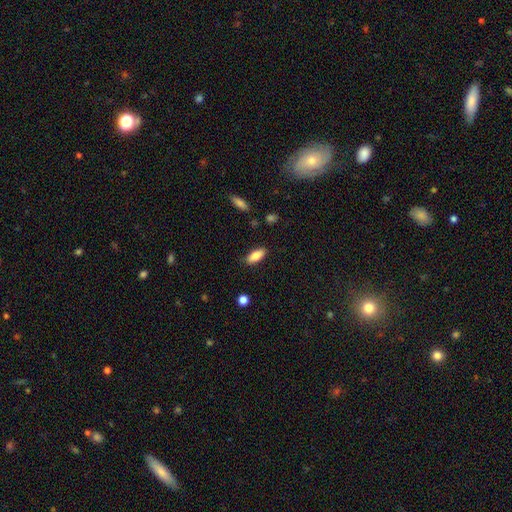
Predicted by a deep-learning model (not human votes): This appears to be a smooth galaxy with no disk features (81%) that is in between round and cigar-shaped (77%). Merging: none (85%).